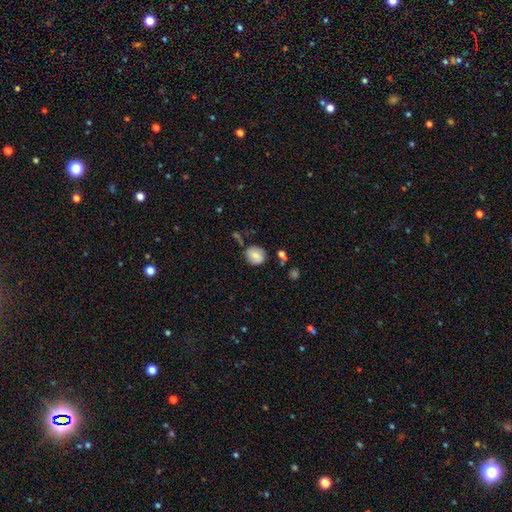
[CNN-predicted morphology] Smooth or featured?
  - smooth: 75% *
  - featured or disk: 16%
  - star or artifact: 9%
How rounded?
  - round: 73% *
  - in between: 26%
  - cigar-shaped: 1%
Merging?
  - none: 67% *
  - minor disturbance: 21%
  - merger: 6%
  - major disturbance: 6%